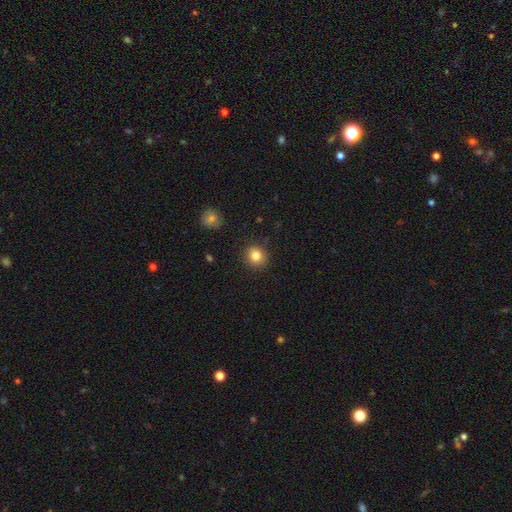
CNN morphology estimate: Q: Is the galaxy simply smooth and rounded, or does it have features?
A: smooth — 83%.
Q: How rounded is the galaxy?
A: round — 87%.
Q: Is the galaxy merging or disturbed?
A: none — 90%.